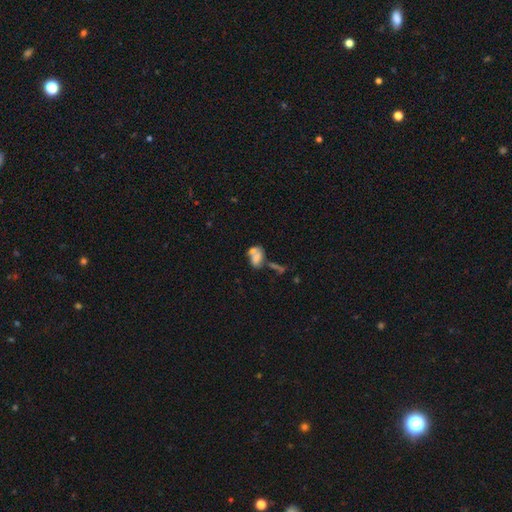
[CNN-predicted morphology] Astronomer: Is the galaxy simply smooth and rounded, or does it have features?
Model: smooth — 65%.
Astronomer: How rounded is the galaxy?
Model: in between — 82%.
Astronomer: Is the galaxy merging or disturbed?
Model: merger — 56%.